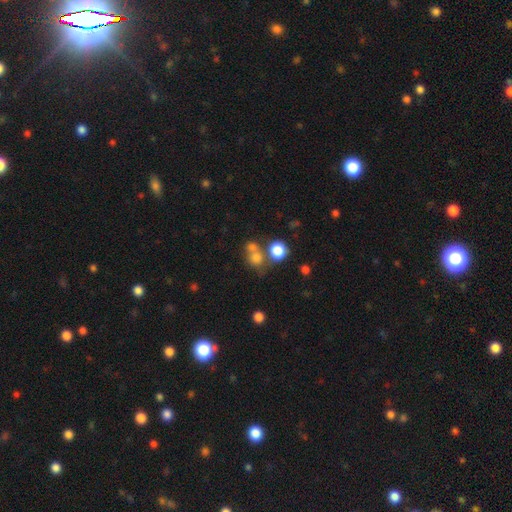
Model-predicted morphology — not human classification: smooth 73%, star or artifact 16%, featured or disk 10%. Down the decision tree: how rounded — round (80%); merging — none (47%).